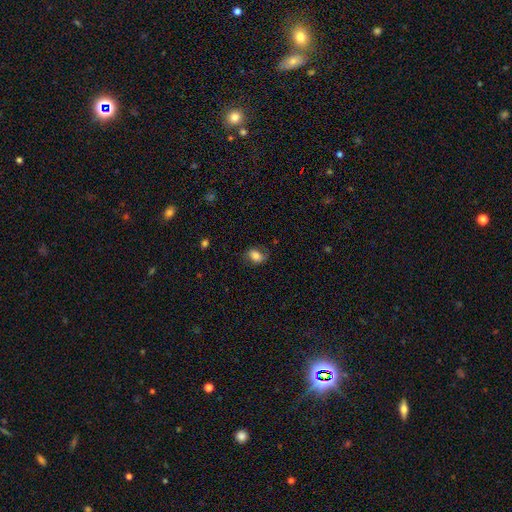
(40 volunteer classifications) smooth-or-featured: smooth: 88% | featured or disk: 10% | star or artifact: 2%
  how-rounded: in between: 69% | round: 31% | cigar-shaped: 0%
  merging: none: 74% | minor disturbance: 26% | major disturbance: 0% | merger: 0%